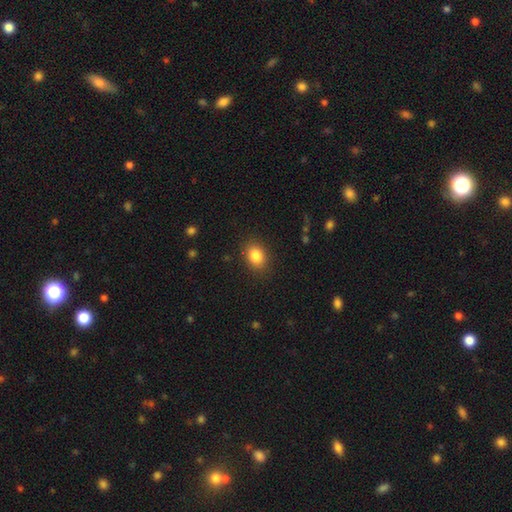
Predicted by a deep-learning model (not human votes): Smooth or featured: smooth — 85% (star or artifact — 9%)
How rounded: in between — 63% (round — 36%)
Merging: none — 87% (minor disturbance — 9%)